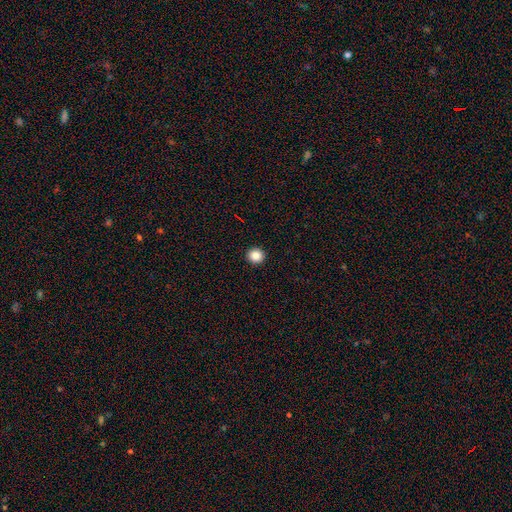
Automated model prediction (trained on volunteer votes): Smooth or featured?
  - smooth: 86% *
  - star or artifact: 10%
  - featured or disk: 3%
How rounded?
  - round: 92% *
  - in between: 7%
  - cigar-shaped: 1%
Merging?
  - none: 94% *
  - minor disturbance: 4%
  - major disturbance: 1%
  - merger: 1%